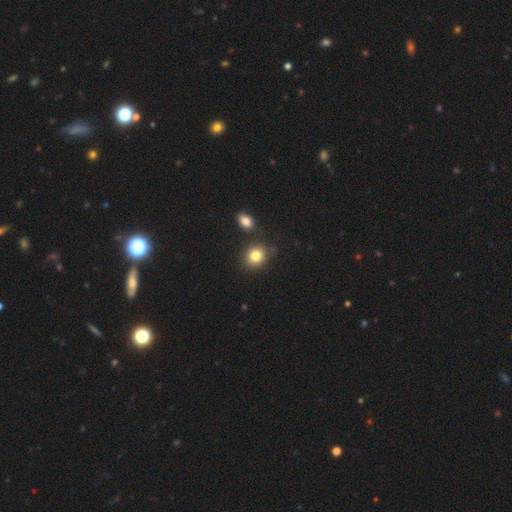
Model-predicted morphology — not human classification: Q: Smooth or featured?
A: smooth (83%); runner-up: star or artifact (10%)
Q: How rounded?
A: round (69%); runner-up: in between (29%)
Q: Merging?
A: none (75%); runner-up: minor disturbance (12%)